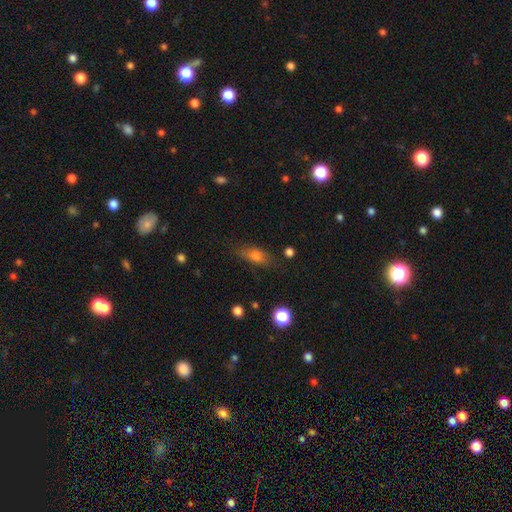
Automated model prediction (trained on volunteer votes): Smooth or featured?
  - smooth: 65% *
  - featured or disk: 24%
  - star or artifact: 10%
How rounded?
  - in between: 70% *
  - cigar-shaped: 22%
  - round: 7%
Merging?
  - none: 75% *
  - minor disturbance: 18%
  - major disturbance: 5%
  - merger: 2%